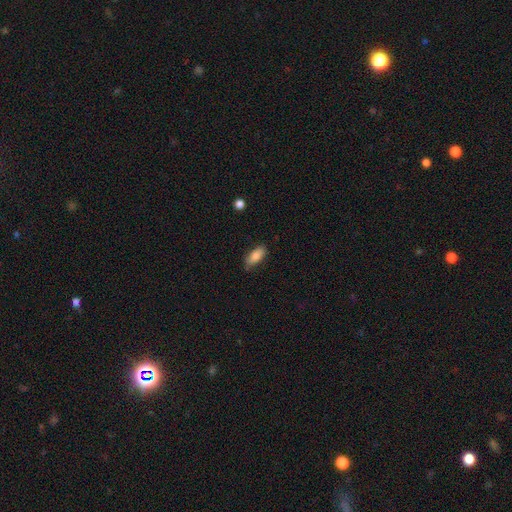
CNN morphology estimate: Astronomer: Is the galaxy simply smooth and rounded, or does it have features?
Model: smooth — 81%.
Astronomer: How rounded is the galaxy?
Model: in between — 84%.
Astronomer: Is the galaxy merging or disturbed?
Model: none — 75%.